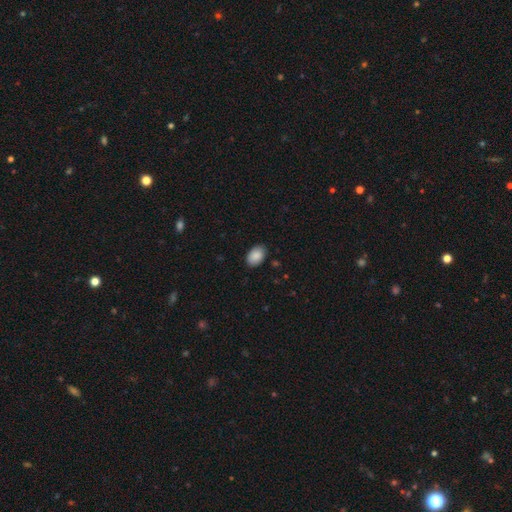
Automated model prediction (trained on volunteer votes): This appears to be a smooth galaxy with no disk features (88%) that is in between round and cigar-shaped (86%). Merging: none (86%).